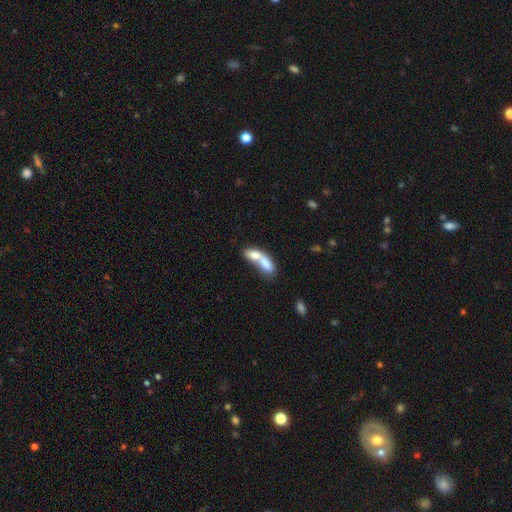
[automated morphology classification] Smooth or featured?
  - smooth: 71% *
  - featured or disk: 22%
  - star or artifact: 7%
How rounded?
  - in between: 70% *
  - cigar-shaped: 24%
  - round: 6%
Merging?
  - merger: 73% *
  - none: 15%
  - minor disturbance: 7%
  - major disturbance: 6%